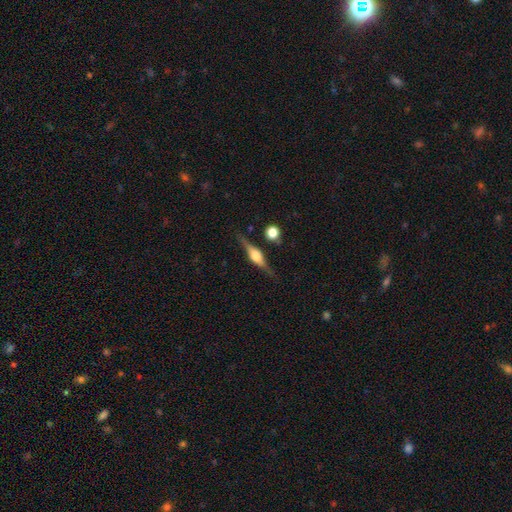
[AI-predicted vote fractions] Q: Smooth or featured?
A: featured or disk (79%); runner-up: smooth (14%)
Q: Edge-on disk?
A: yes (97%); runner-up: no (3%)
Q: Edge-on bulge?
A: rounded (88%); runner-up: boxy (10%)
Q: Merging?
A: none (82%); runner-up: minor disturbance (11%)